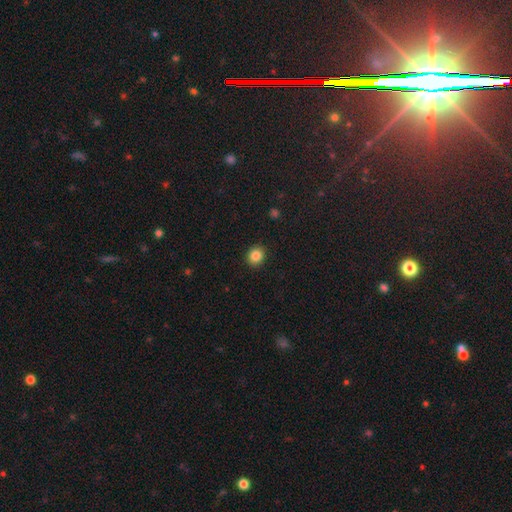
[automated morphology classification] This appears to be a smooth galaxy with no disk features (86%) that is round (78%). Merging: none (91%).